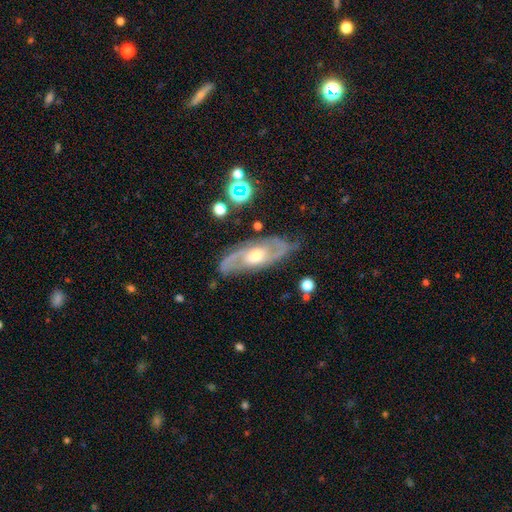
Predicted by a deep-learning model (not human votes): Morphology: type=featured or disk (85%); edge-on=no (90%); bar=no (55%); spiral arms=yes (93%); winding=medium (51%); arm count=2 (84%); bulge=moderate (69%); merging=none (78%).